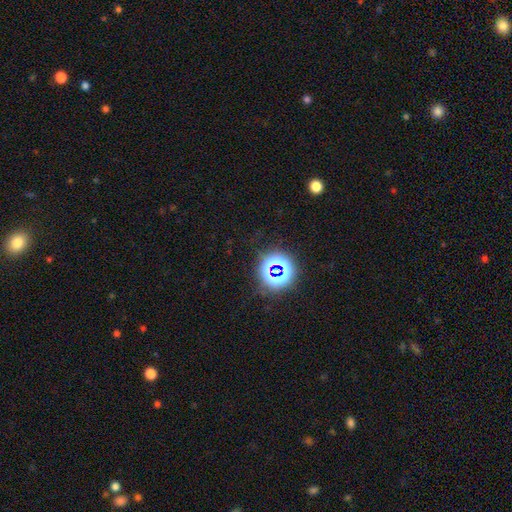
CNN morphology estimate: type=star or artifact (80%).